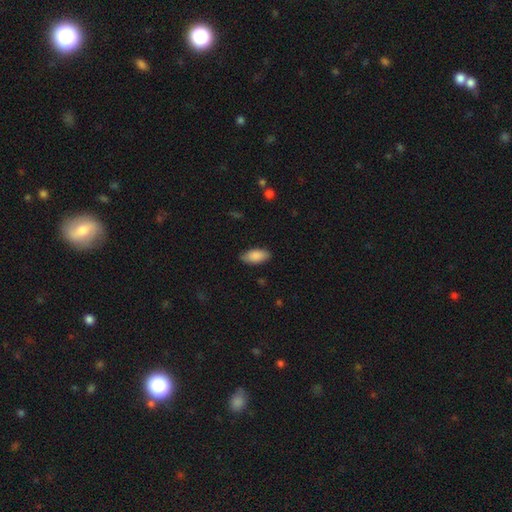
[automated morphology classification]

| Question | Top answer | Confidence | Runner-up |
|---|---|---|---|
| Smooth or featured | smooth | 87% | featured or disk (7%) |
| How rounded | in between | 91% | cigar-shaped (7%) |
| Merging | none | 84% | minor disturbance (13%) |